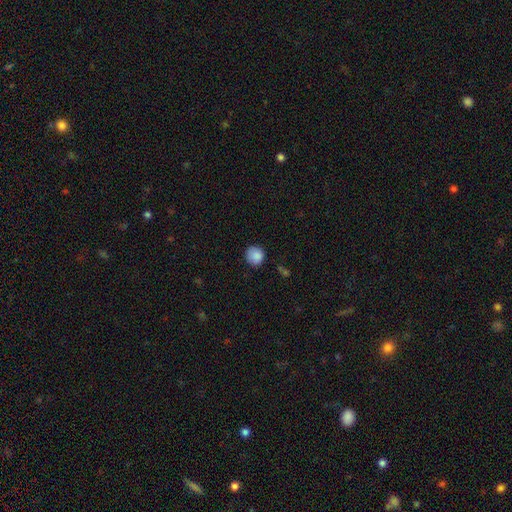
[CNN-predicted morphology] The model was most divided on "merging": none: 81%, minor disturbance: 15%, major disturbance: 3%, merger: 2%. More confident: how rounded — round (90%); smooth or featured — smooth (87%).